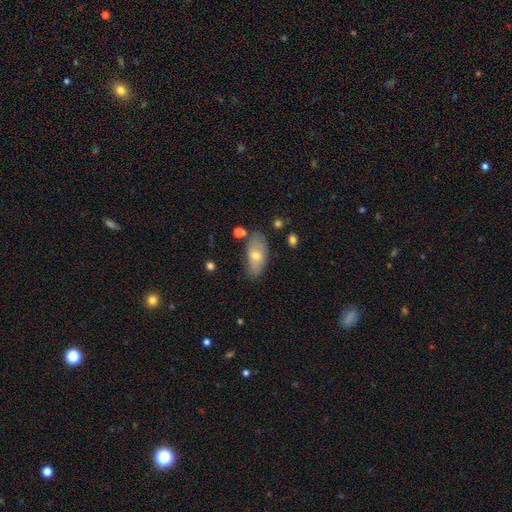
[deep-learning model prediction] A smooth galaxy with no disk features (64%) that is in between round and cigar-shaped (88%).

Vote fractions:
- Smooth or featured? smooth: 64% / featured or disk: 28% / star or artifact: 8%
- How rounded? in between: 88% / cigar-shaped: 8% / round: 4%
- Merging? none: 74% / minor disturbance: 17% / merger: 5% / major disturbance: 4%